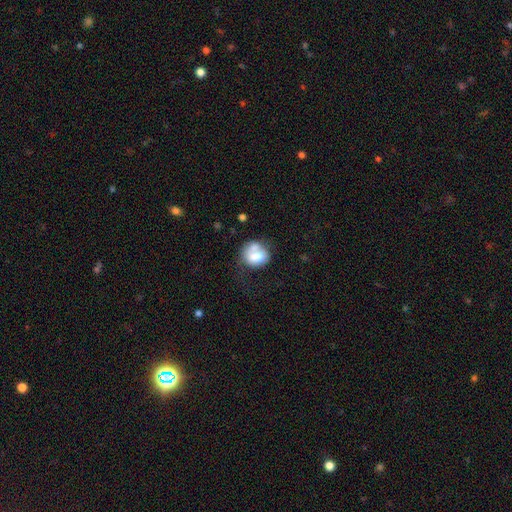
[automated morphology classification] Q: Smooth or featured?
A: smooth (65%); runner-up: featured or disk (26%)
Q: How rounded?
A: round (59%); runner-up: in between (40%)
Q: Merging?
A: merger (35%); runner-up: none (31%)